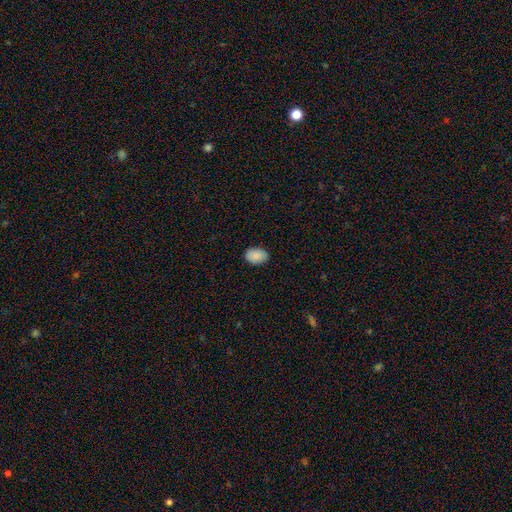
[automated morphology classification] The model was most divided on "how rounded": in between: 82%, round: 17%, cigar-shaped: 1%. More confident: smooth or featured — smooth (89%); merging — none (86%).